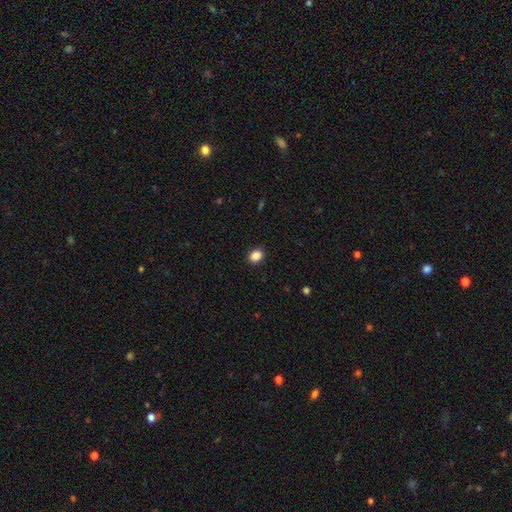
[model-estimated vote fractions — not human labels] Smooth or featured? Predicted: smooth (p=0.88). How rounded? Predicted: in between (p=0.61). Merging? Predicted: none (p=0.89).